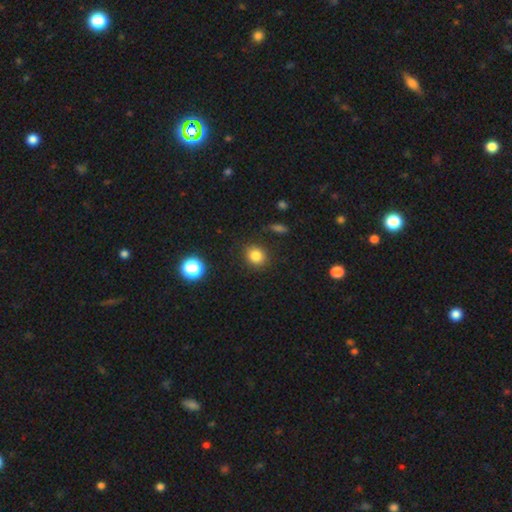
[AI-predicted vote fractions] Morphology: type=smooth (83%); roundness=round (79%); merging=none (86%).